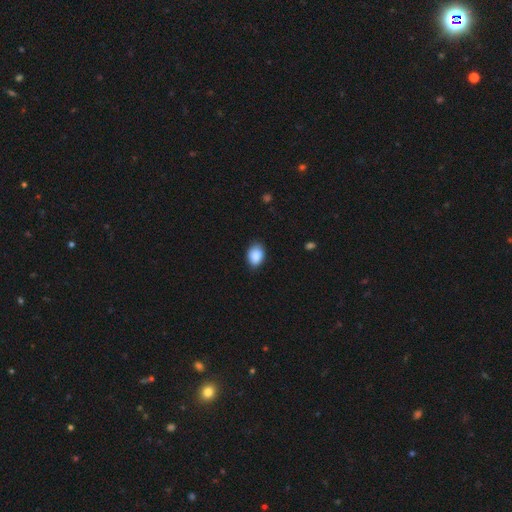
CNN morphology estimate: smooth-or-featured: smooth: 89% | star or artifact: 7% | featured or disk: 4%
  how-rounded: in between: 74% | round: 25% | cigar-shaped: 1%
  merging: none: 80% | minor disturbance: 17% | major disturbance: 3% | merger: 1%